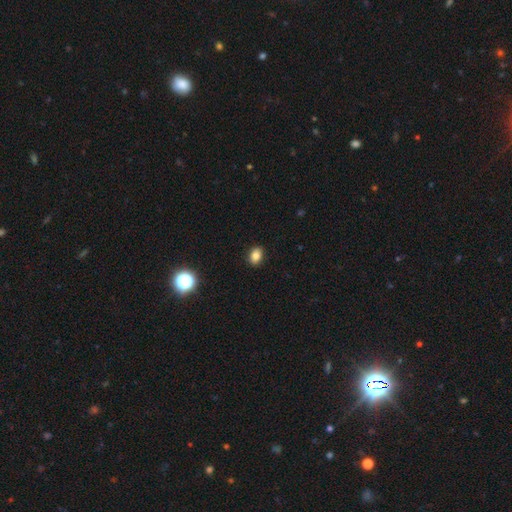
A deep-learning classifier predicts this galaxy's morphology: smooth-or-featured: smooth: 82% | star or artifact: 12% | featured or disk: 7%
  how-rounded: in between: 69% | round: 29% | cigar-shaped: 1%
  merging: none: 90% | minor disturbance: 7% | major disturbance: 2% | merger: 1%